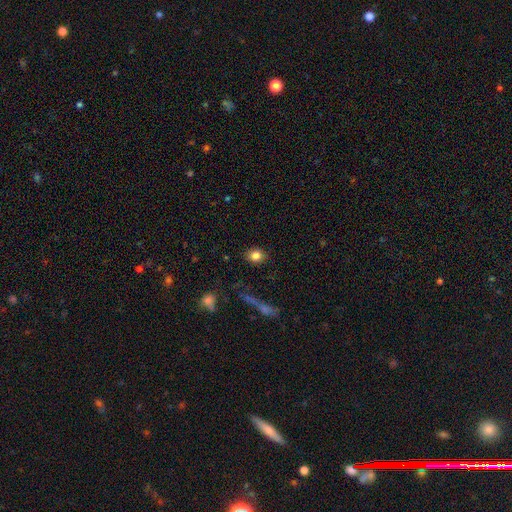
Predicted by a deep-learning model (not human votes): Smooth or featured?
  - smooth: 82% *
  - star or artifact: 10%
  - featured or disk: 7%
How rounded?
  - round: 59% *
  - in between: 39%
  - cigar-shaped: 2%
Merging?
  - none: 87% *
  - minor disturbance: 8%
  - major disturbance: 3%
  - merger: 2%